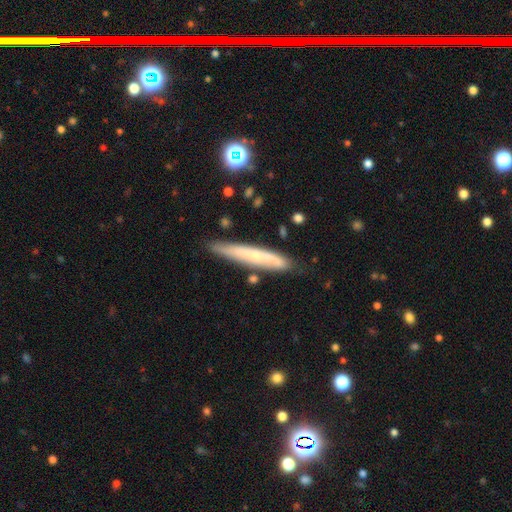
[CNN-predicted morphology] type=smooth (50%); merging=none (78%).